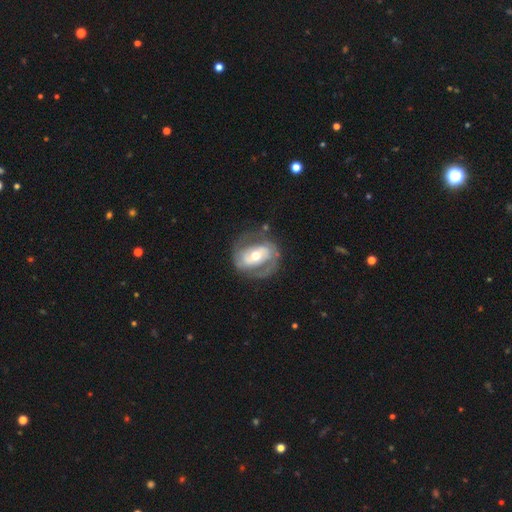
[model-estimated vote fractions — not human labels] smooth-or-featured: featured or disk: 76% | smooth: 19% | star or artifact: 5%
  disk-edge-on: no: 96% | yes: 4%
    bar: no: 39% | weak: 31% | strong: 30%
    has-spiral-arms: yes: 75% | no: 25%
      spiral-winding: medium: 43% | tight: 37% | loose: 20%
      spiral-arm-count: 2: 79% | can't tell: 11% | 1: 6% | 3: 2% | 4: 1% | more than 4: 1%
    bulge-size: moderate: 70% | small: 19% | large: 9% | dominant: 1% | none: 1%
  merging: none: 67% | minor disturbance: 18% | major disturbance: 13% | merger: 2%